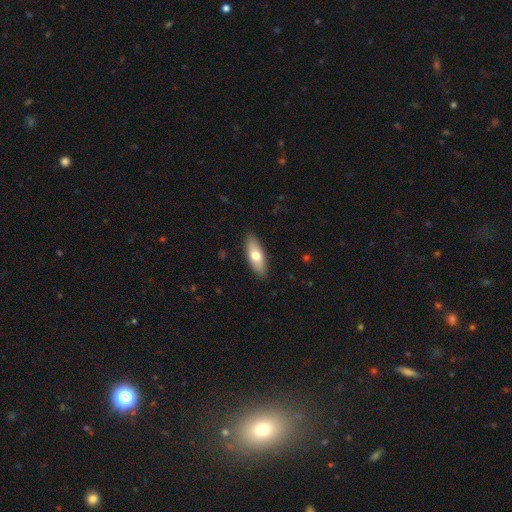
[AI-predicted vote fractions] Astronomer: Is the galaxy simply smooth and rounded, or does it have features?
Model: smooth — 69%.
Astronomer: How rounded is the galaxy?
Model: in between — 69%.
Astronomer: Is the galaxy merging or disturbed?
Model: none — 89%.